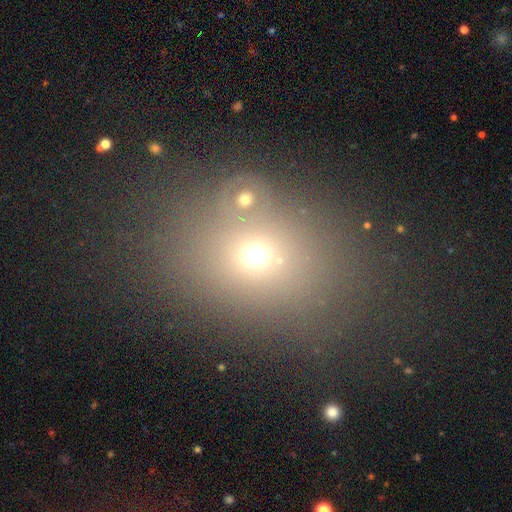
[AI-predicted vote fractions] Q: Smooth or featured?
A: smooth (60%); runner-up: star or artifact (26%)
Q: How rounded?
A: round (51%); runner-up: in between (48%)
Q: Merging?
A: none (68%); runner-up: minor disturbance (14%)